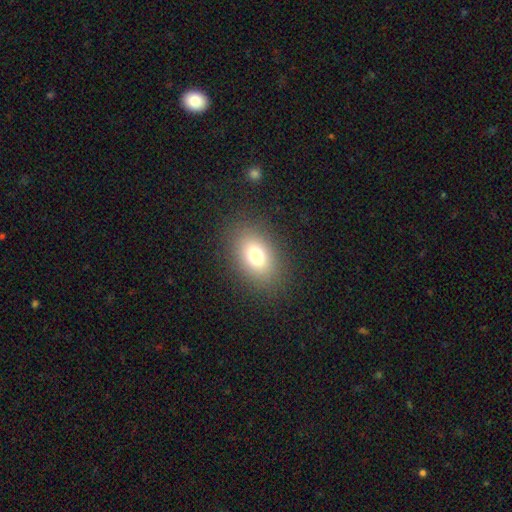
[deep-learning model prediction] Smooth or featured? Predicted: smooth (p=0.74). How rounded? Predicted: in between (p=0.78). Merging? Predicted: none (p=0.86).